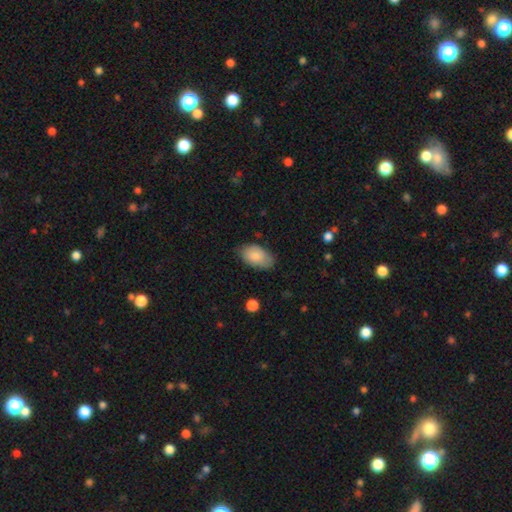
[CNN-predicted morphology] type=smooth (84%); roundness=in between (94%); merging=none (76%).